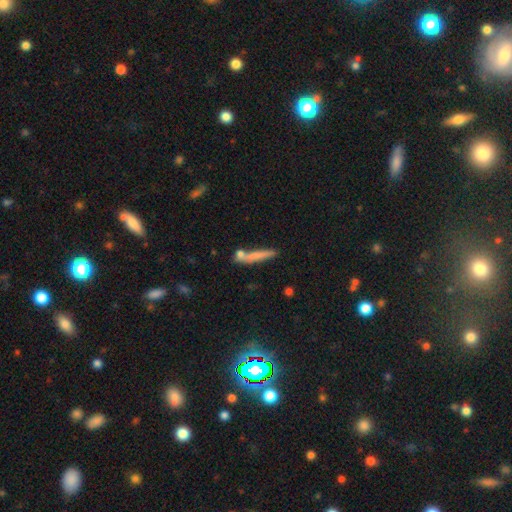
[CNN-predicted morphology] A smooth galaxy with no disk features (68%) that is cigar-shaped (92%).

Vote fractions:
- Smooth or featured? smooth: 68% / featured or disk: 24% / star or artifact: 8%
- How rounded? cigar-shaped: 92% / in between: 6% / round: 2%
- Merging? none: 67% / merger: 15% / minor disturbance: 14% / major disturbance: 4%